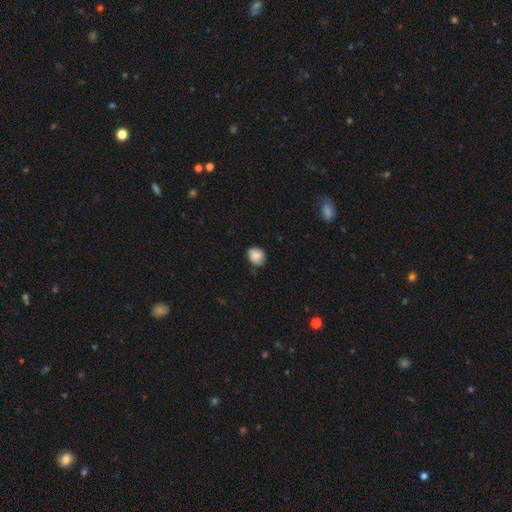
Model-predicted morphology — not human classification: The model was most divided on "how rounded": round: 69%, in between: 30%, cigar-shaped: 1%. More confident: smooth or featured — smooth (84%); merging — none (71%).